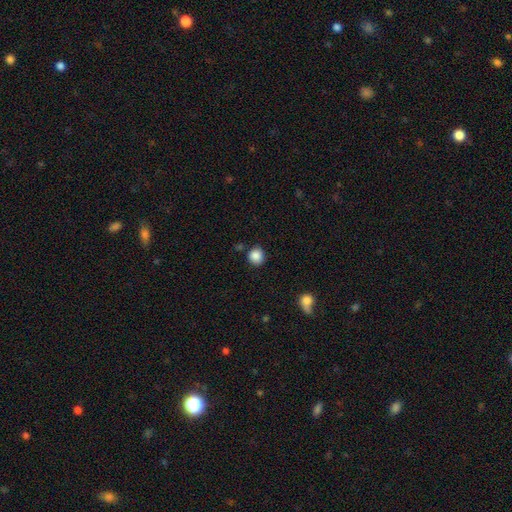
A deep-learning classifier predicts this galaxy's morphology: smooth_or_featured: smooth (p=0.87) [alt: star or artifact p=0.10]
how_rounded: round (p=0.89) [alt: in between p=0.10]
merging: none (p=0.84) [alt: minor disturbance p=0.09]